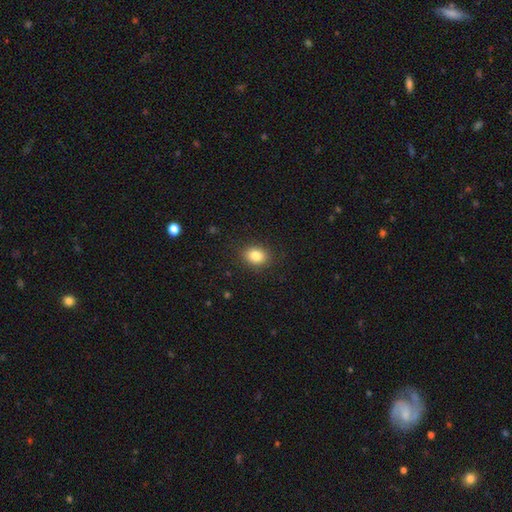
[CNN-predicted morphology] smooth-or-featured: smooth: 84% | star or artifact: 10% | featured or disk: 6%
  how-rounded: in between: 54% | round: 45% | cigar-shaped: 1%
  merging: none: 88% | minor disturbance: 8% | major disturbance: 3% | merger: 1%